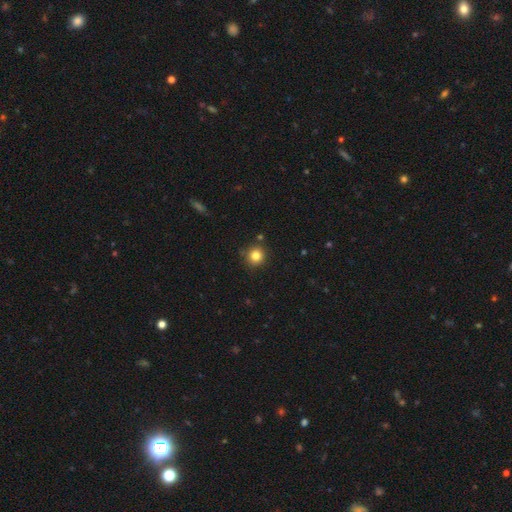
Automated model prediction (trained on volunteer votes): Morphology: type=smooth (82%); roundness=round (93%); merging=none (88%).